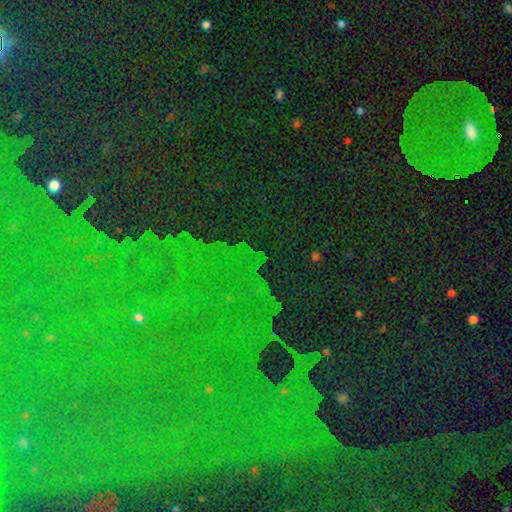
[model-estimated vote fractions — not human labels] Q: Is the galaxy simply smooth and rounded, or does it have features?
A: star or artifact — 81%.